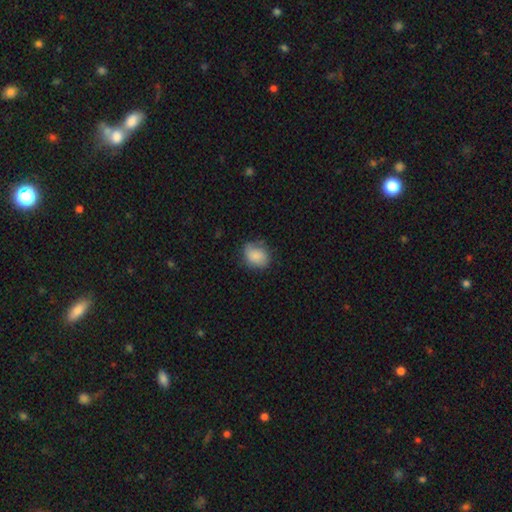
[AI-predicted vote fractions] The model was most divided on "how rounded": in between: 54%, round: 45%, cigar-shaped: 1%. More confident: smooth or featured — smooth (83%); merging — none (66%).